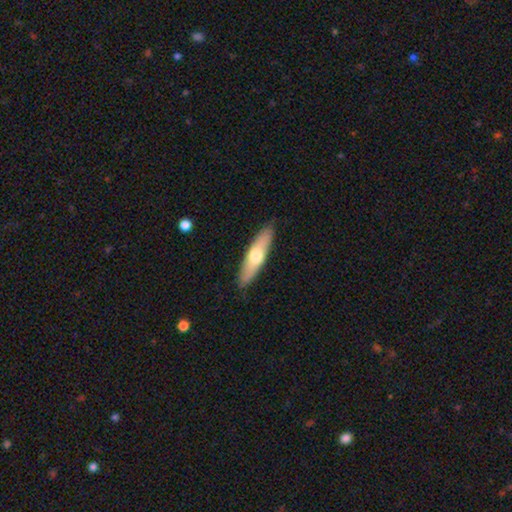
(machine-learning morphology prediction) smooth_or_featured: smooth (p=0.57) [alt: featured or disk p=0.38]
how_rounded: cigar-shaped (p=0.71) [alt: in between p=0.27]
merging: none (p=0.87) [alt: minor disturbance p=0.10]